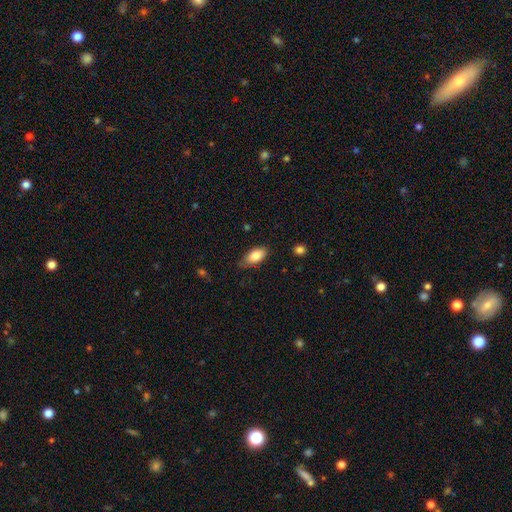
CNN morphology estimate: This is clearly a smooth galaxy (82%). How rounded: clearly in between (91%). Merging: likely none (75%).